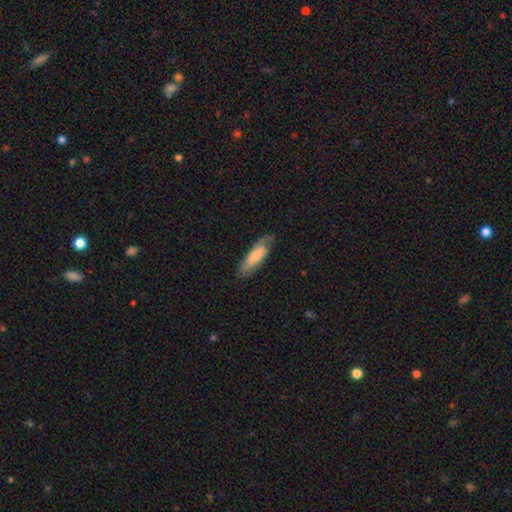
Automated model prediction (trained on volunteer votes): Smooth or featured? Predicted: smooth (p=0.56). How rounded? Predicted: in between (p=0.52). Merging? Predicted: none (p=0.73).